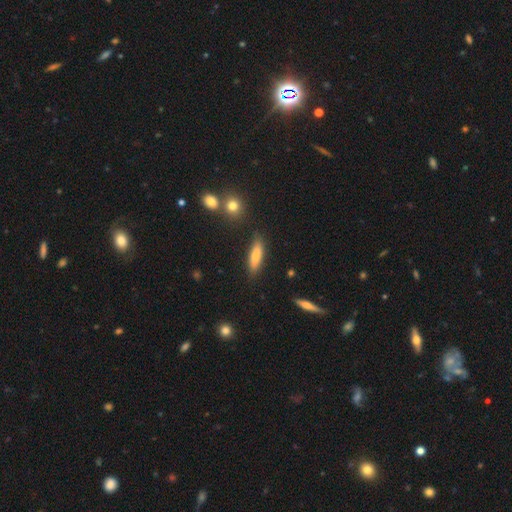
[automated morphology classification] A smooth galaxy with no disk features (77%) that is cigar-shaped (57%).

Vote fractions:
- Smooth or featured? smooth: 77% / featured or disk: 16% / star or artifact: 7%
- How rounded? cigar-shaped: 57% / in between: 41% / round: 2%
- Merging? none: 82% / minor disturbance: 12% / merger: 3% / major disturbance: 3%